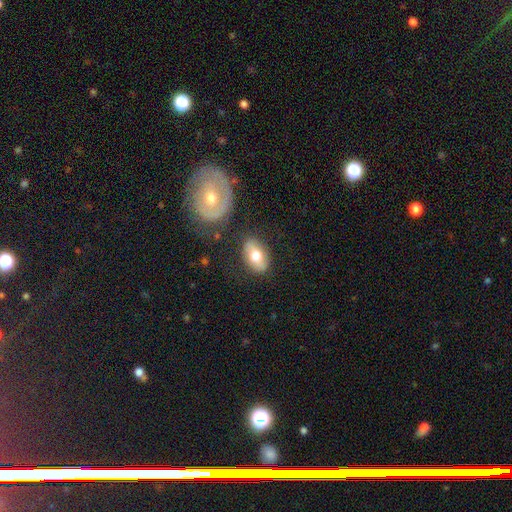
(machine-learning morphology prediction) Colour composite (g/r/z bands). It shows a smooth galaxy with no disk features (64%) that is in between round and cigar-shaped (86%). Merging: none (79%).